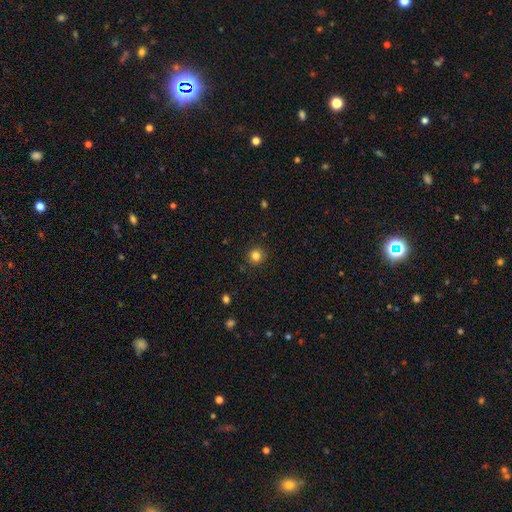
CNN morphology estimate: A smooth galaxy with no disk features (82%) that is round (92%). Merging: none (90%).